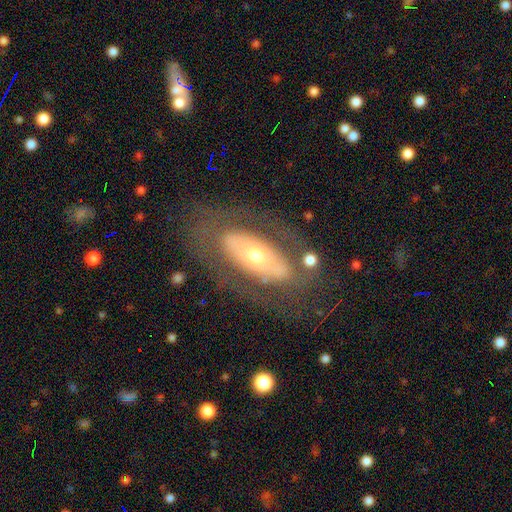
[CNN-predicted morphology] Q: Smooth or featured?
A: featured or disk (61%); runner-up: smooth (32%)
Q: Edge-on disk?
A: no (86%); runner-up: yes (14%)
Q: Bar?
A: no (69%); runner-up: strong (16%)
Q: Spiral arms?
A: no (72%); runner-up: yes (28%)
Q: Bulge size?
A: moderate (53%); runner-up: small (37%)
Q: Merging?
A: none (69%); runner-up: minor disturbance (14%)